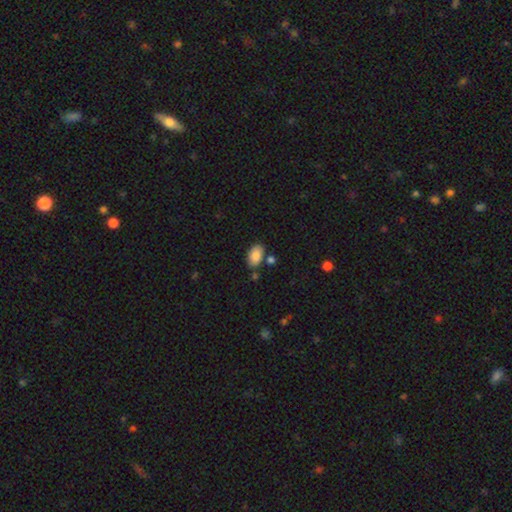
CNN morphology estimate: This is clearly a smooth galaxy (87%). How rounded: clearly in between (92%). Merging: likely none (74%).